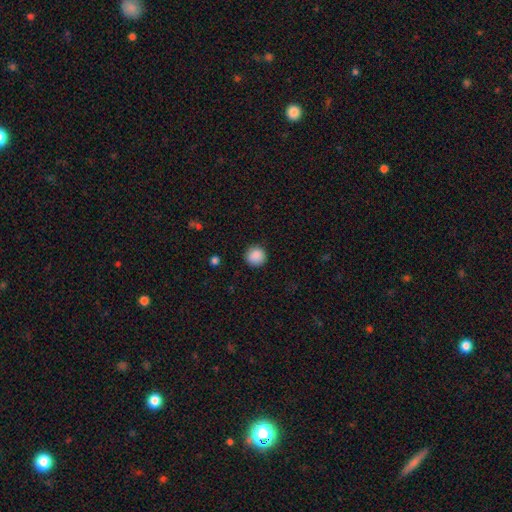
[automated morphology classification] Smooth or featured: smooth — 88% (star or artifact — 9%)
How rounded: round — 94% (in between — 5%)
Merging: none — 90% (minor disturbance — 7%)